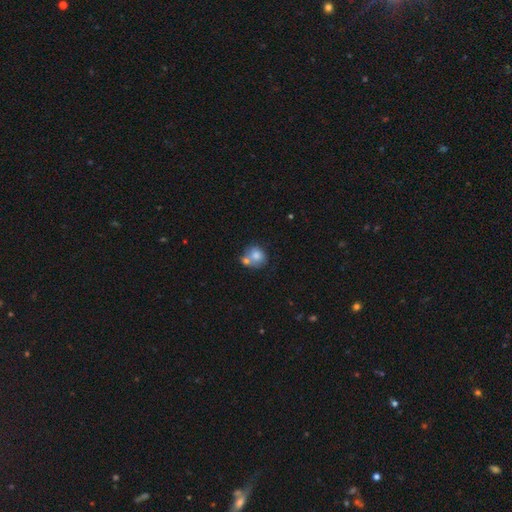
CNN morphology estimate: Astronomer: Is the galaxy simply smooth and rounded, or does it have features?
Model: smooth — 75%.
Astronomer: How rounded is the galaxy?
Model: round — 73%.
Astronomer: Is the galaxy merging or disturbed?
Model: merger — 47% (runner-up: none, 35%).